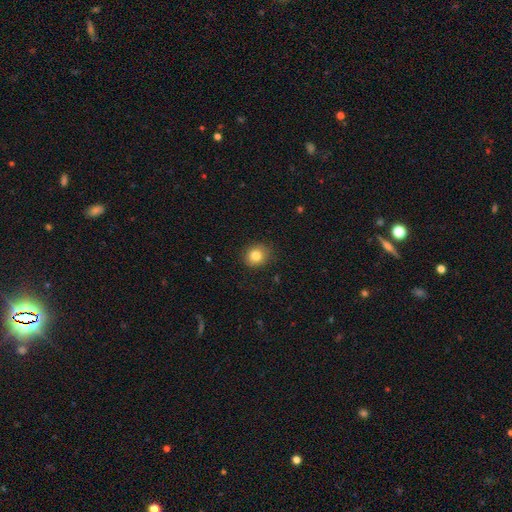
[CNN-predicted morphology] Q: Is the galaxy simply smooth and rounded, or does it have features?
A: smooth — 82%.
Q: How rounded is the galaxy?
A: round — 76%.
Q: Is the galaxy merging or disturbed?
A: none — 85%.